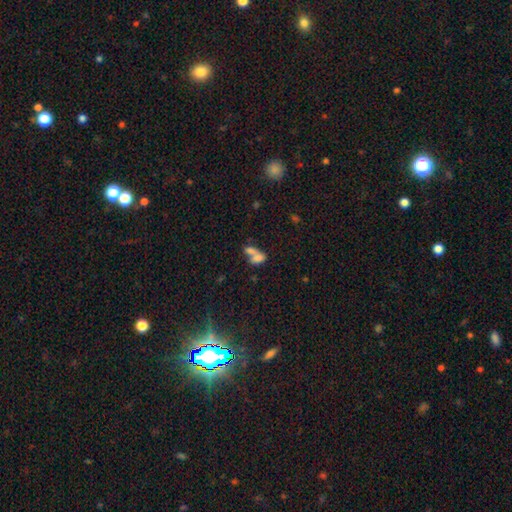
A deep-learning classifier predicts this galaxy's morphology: A smooth galaxy with no disk features (71%) that is in between round and cigar-shaped (81%). Merging: merger (69%).